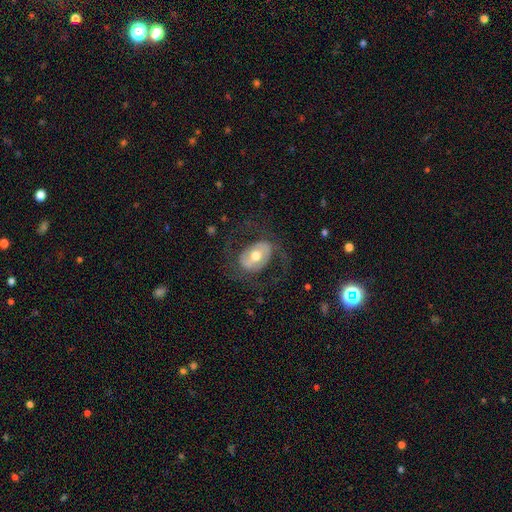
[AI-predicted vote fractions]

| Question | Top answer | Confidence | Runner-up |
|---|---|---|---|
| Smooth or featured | featured or disk | 68% | smooth (26%) |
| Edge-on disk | no | 95% | yes (5%) |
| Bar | weak | 37% | no (34%) |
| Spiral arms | yes | 70% | no (30%) |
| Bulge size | moderate | 71% | small (15%) |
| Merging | none | 66% | major disturbance (19%) |